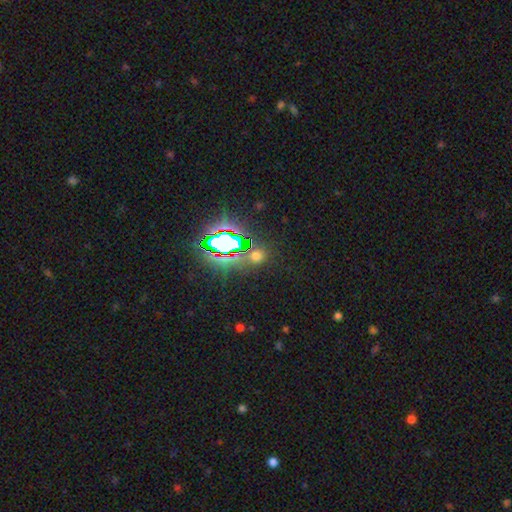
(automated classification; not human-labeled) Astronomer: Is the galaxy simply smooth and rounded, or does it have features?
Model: star or artifact — 51% (runner-up: smooth, 41%).